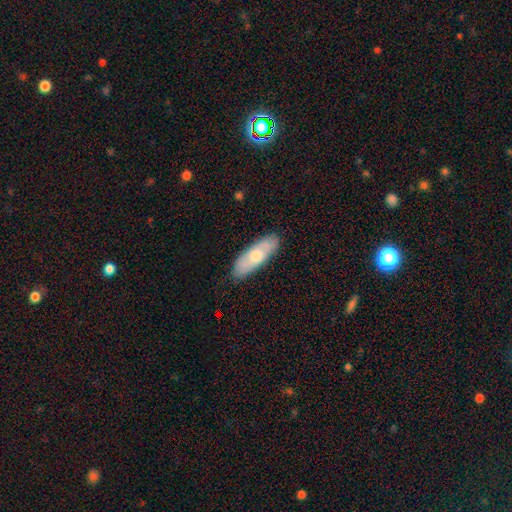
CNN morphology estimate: Smooth or featured? Predicted: smooth (p=0.62). How rounded? Predicted: in between (p=0.60). Merging? Predicted: none (p=0.84).